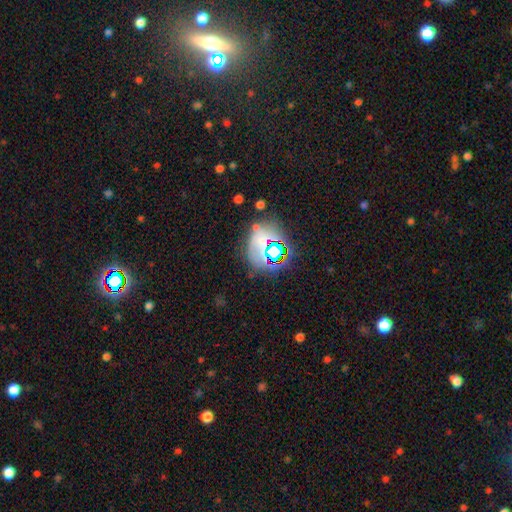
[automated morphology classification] A star or artifact, not a galaxy (47%).

Vote fractions:
- Smooth or featured? star or artifact: 47% / smooth: 35% / featured or disk: 18%